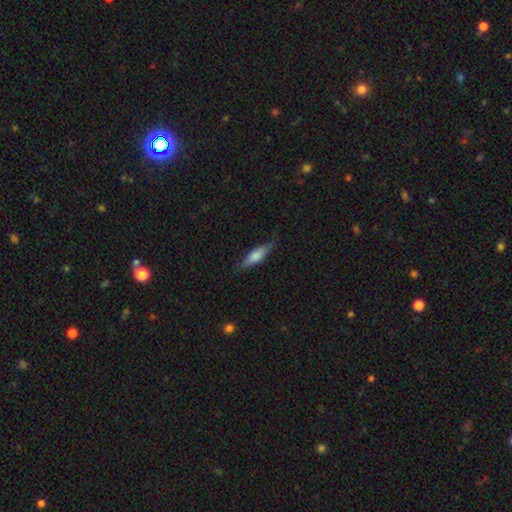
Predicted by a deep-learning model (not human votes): smooth_or_featured: smooth (p=0.59) [alt: featured or disk p=0.34]
how_rounded: cigar-shaped (p=0.63) [alt: in between p=0.35]
merging: none (p=0.80) [alt: minor disturbance p=0.16]